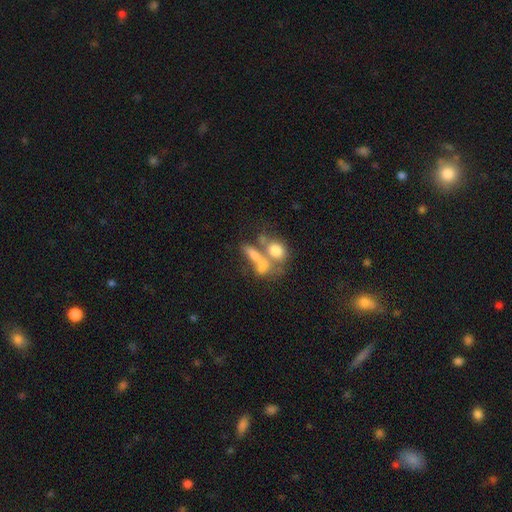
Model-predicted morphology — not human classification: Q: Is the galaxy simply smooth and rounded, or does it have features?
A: smooth — 55%.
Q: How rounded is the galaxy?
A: in between — 57%.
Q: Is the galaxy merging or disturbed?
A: merger — 57%.